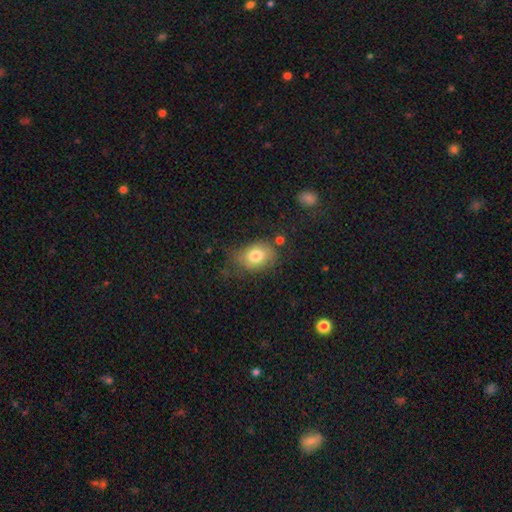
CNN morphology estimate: A smooth galaxy with no disk features (78%) that is in between round and cigar-shaped (67%).

Vote fractions:
- Smooth or featured? smooth: 78% / featured or disk: 13% / star or artifact: 9%
- How rounded? in between: 67% / round: 31% / cigar-shaped: 1%
- Merging? none: 57% / minor disturbance: 28% / major disturbance: 12% / merger: 4%